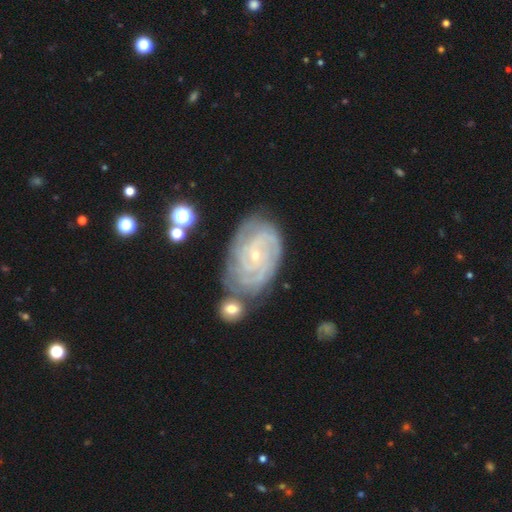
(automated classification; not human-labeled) Q: Smooth or featured?
A: featured or disk (87%); runner-up: smooth (8%)
Q: Edge-on disk?
A: no (97%); runner-up: yes (3%)
Q: Bar?
A: no (70%); runner-up: weak (24%)
Q: Spiral arms?
A: yes (97%); runner-up: no (3%)
Q: Spiral winding?
A: tight (75%); runner-up: medium (21%)
Q: Spiral arm count?
A: can't tell (26%); runner-up: 3 (23%)
Q: Bulge size?
A: small (81%); runner-up: moderate (16%)
Q: Merging?
A: none (66%); runner-up: minor disturbance (19%)